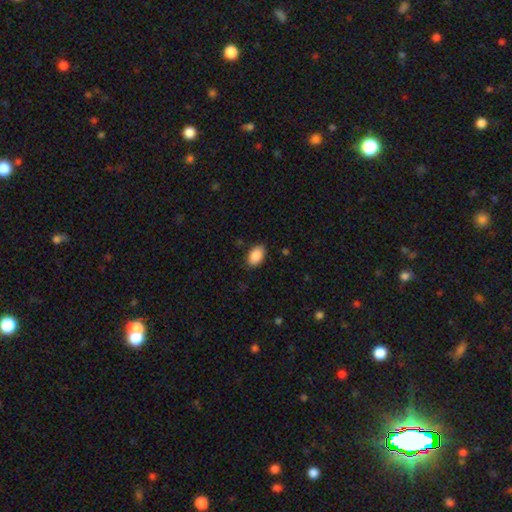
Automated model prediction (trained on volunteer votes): smooth-or-featured: smooth: 90% | star or artifact: 7% | featured or disk: 4%
  how-rounded: in between: 93% | round: 6% | cigar-shaped: 1%
  merging: none: 85% | minor disturbance: 11% | major disturbance: 2% | merger: 1%